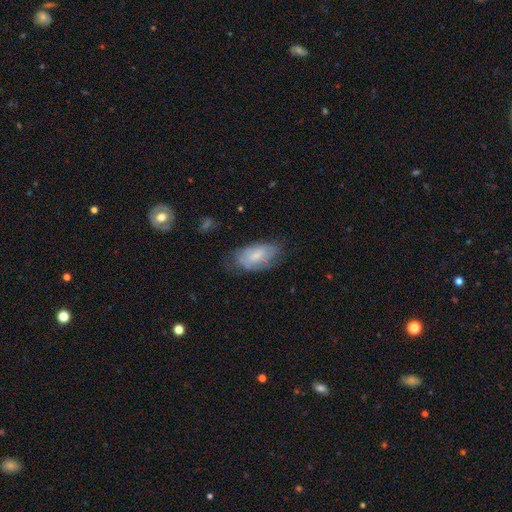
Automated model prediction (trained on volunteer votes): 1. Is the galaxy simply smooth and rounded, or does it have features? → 64% smooth, 28% featured or disk, 7% star or artifact.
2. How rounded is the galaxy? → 93% in between, 4% cigar-shaped, 3% round.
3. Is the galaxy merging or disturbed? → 57% none, 31% minor disturbance, 11% major disturbance, 2% merger.